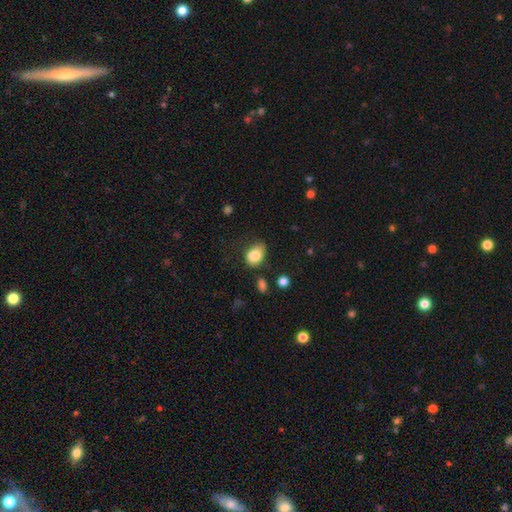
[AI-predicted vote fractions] Smooth or featured: smooth — 80% (featured or disk — 10%)
How rounded: in between — 71% (round — 27%)
Merging: none — 42% (minor disturbance — 33%)